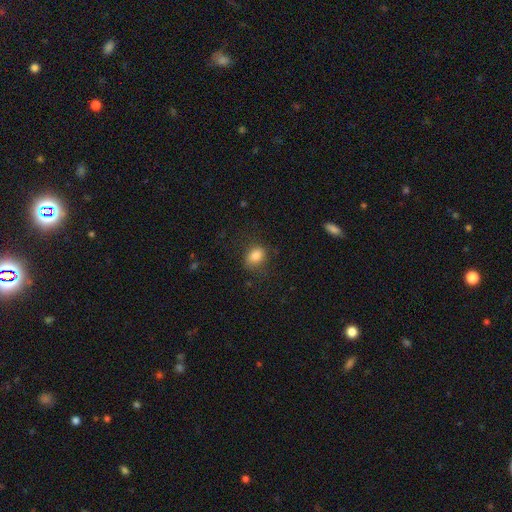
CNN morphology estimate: smooth_or_featured: smooth (p=0.83) [alt: star or artifact p=0.10]
how_rounded: in between (p=0.67) [alt: round p=0.32]
merging: none (p=0.75) [alt: minor disturbance p=0.17]